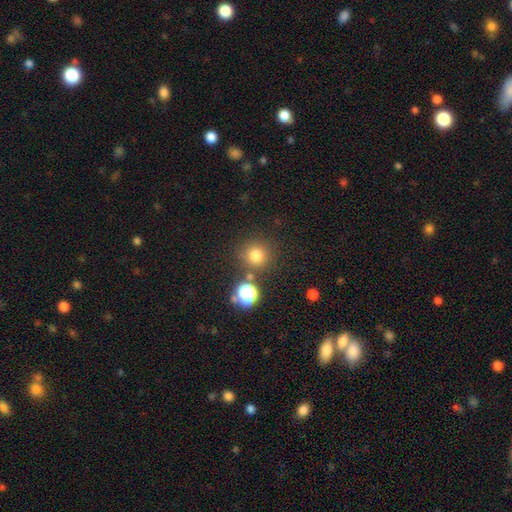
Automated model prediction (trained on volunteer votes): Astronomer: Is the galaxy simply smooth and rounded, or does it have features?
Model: smooth — 74%.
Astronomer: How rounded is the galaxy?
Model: round — 93%.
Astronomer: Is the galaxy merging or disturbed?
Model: none — 80%.